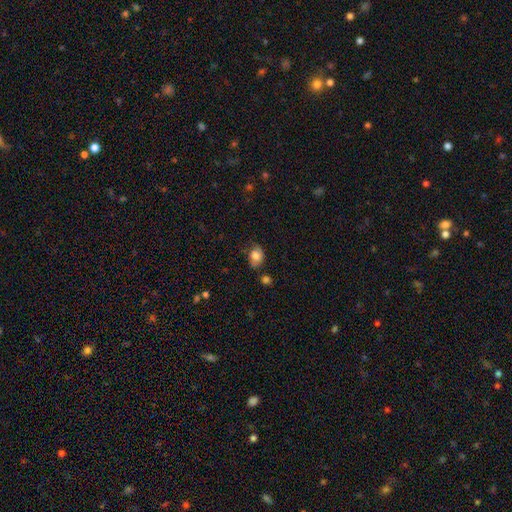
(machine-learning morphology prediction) smooth-or-featured: smooth: 76% | featured or disk: 15% | star or artifact: 9%
  how-rounded: in between: 69% | round: 30% | cigar-shaped: 1%
  merging: none: 57% | minor disturbance: 29% | major disturbance: 8% | merger: 6%